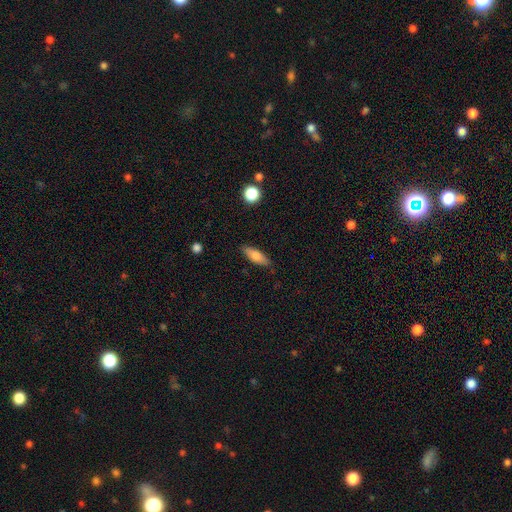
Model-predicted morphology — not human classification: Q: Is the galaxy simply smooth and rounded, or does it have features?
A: smooth — 76%.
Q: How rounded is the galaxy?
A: in between — 54%.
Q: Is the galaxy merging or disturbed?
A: none — 85%.